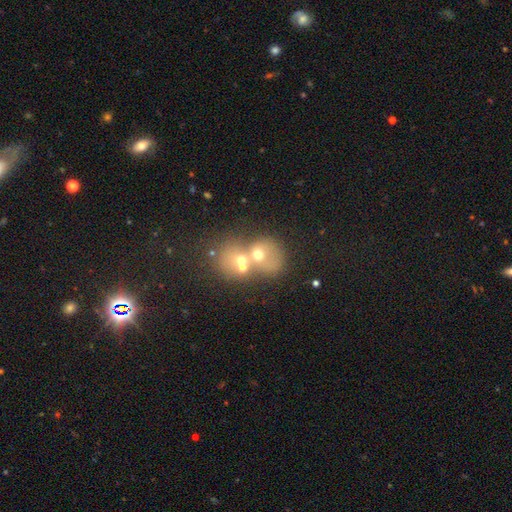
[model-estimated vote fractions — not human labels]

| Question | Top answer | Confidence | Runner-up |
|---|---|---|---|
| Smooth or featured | smooth | 46% | featured or disk (33%) |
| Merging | merger | 64% | none (23%) |